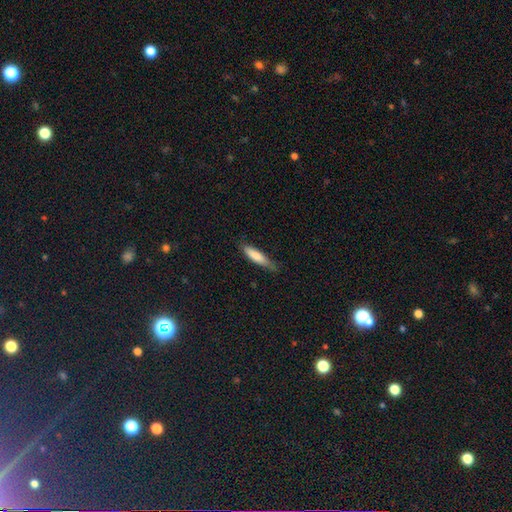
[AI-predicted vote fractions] Morphology: type=smooth (77%); roundness=cigar-shaped (77%); merging=none (72%).